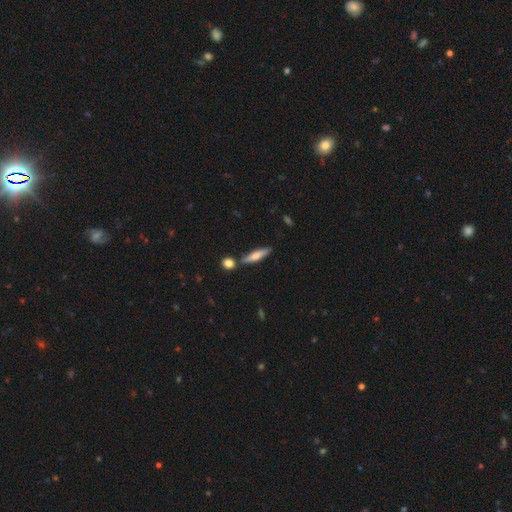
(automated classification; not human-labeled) A smooth galaxy with no disk features (58%) that is cigar-shaped (79%). Merging: none (78%).